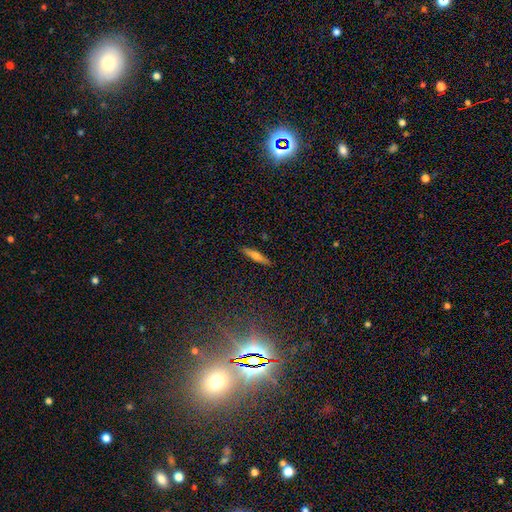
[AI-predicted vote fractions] Overall: smooth (58%; featured or disk 34%). How rounded: cigar-shaped (81%). Merging: none (89%).